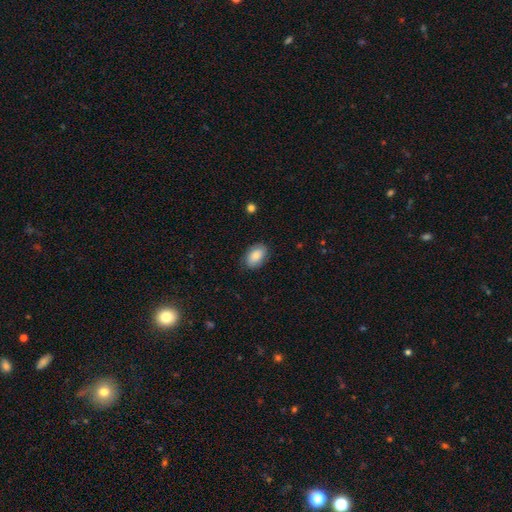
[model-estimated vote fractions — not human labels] Smooth or featured?
  - smooth: 83% *
  - featured or disk: 10%
  - star or artifact: 6%
How rounded?
  - in between: 91% *
  - round: 8%
  - cigar-shaped: 1%
Merging?
  - none: 81% *
  - minor disturbance: 15%
  - major disturbance: 3%
  - merger: 1%